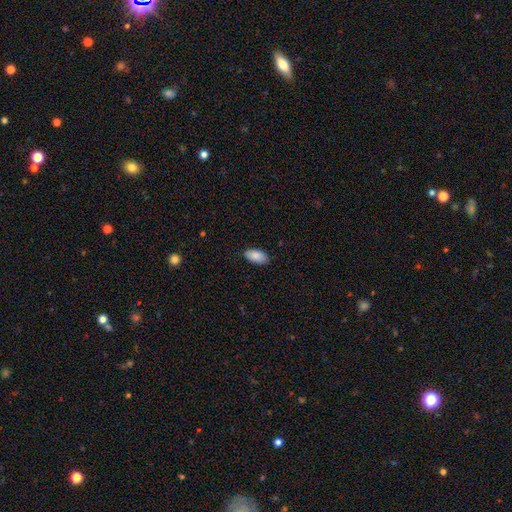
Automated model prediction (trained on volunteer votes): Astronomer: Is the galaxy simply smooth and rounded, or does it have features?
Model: smooth — 87%.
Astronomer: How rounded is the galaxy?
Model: in between — 95%.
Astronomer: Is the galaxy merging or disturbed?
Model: none — 86%.